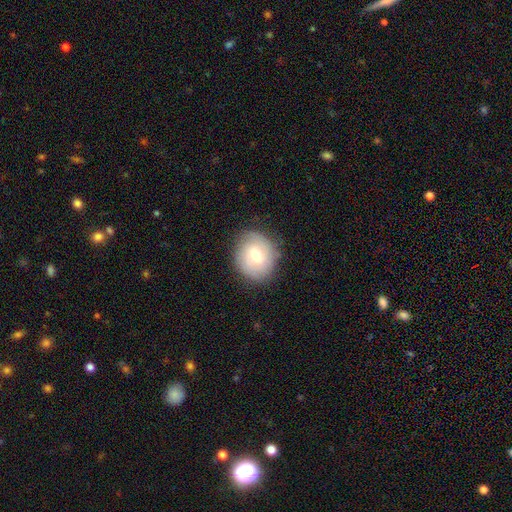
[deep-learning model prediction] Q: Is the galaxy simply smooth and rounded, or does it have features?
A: smooth — 56%.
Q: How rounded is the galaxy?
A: round — 70%.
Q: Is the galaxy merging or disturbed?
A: none — 80%.